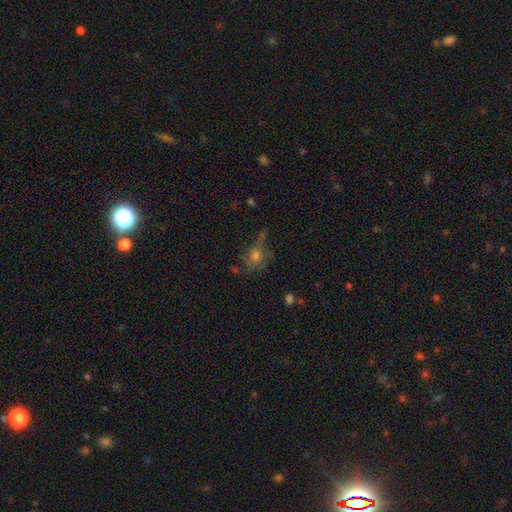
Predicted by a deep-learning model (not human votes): smooth-or-featured: featured or disk: 38% | smooth: 37% | star or artifact: 25%
  merging: none: 49% | major disturbance: 24% | minor disturbance: 22% | merger: 6%